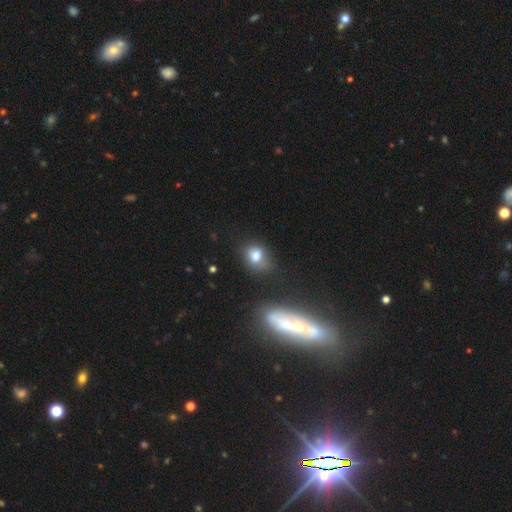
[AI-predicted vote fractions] This appears to be a smooth galaxy with no disk features (76%) that is round (50%). Merging: none (51%).